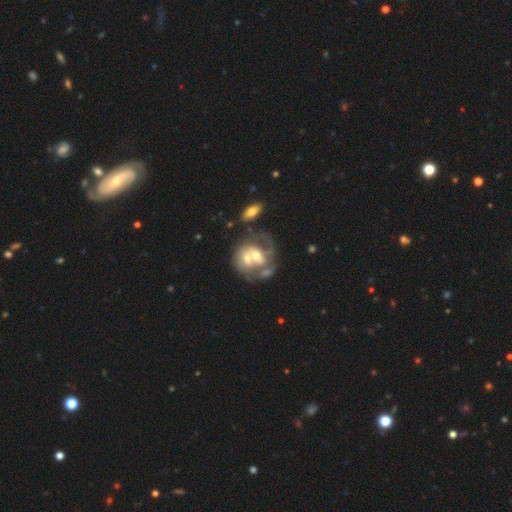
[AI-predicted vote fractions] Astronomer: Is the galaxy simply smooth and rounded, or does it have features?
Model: featured or disk — 59% (runner-up: smooth, 34%).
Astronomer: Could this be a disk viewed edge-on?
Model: no — 96%.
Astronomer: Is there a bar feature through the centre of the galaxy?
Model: no — 73%.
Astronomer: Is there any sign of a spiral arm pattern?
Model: no — 65%.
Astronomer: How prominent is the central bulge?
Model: moderate — 65%.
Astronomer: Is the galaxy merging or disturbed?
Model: merger — 60%.